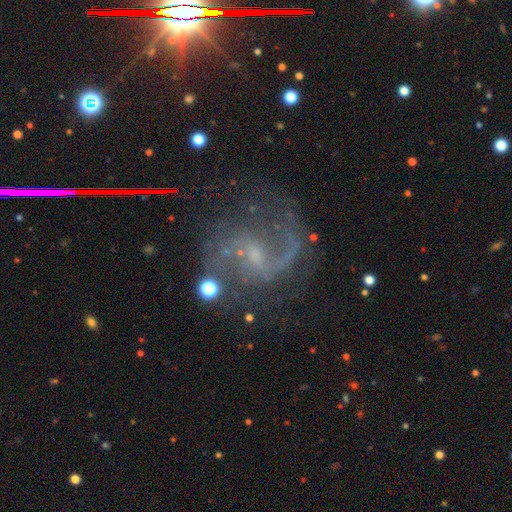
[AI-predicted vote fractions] Morphology: type=featured or disk (85%); edge-on=no (98%); bar=weak (54%); spiral arms=yes (95%); winding=loose (51%); arm count=2 (79%); bulge=small (61%); merging=none (62%).